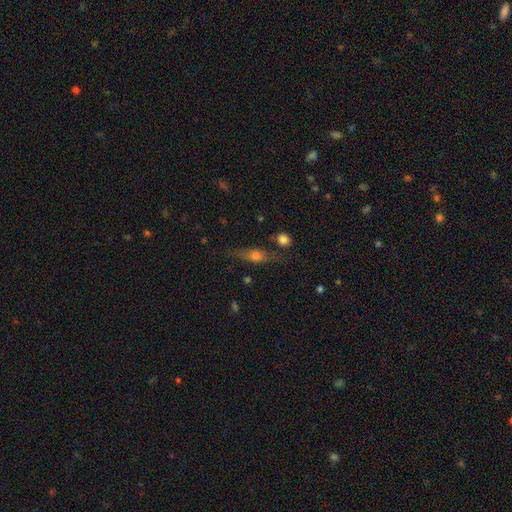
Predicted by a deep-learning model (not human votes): This appears to be a smooth galaxy with no disk features (48%). Merging: none (68%).